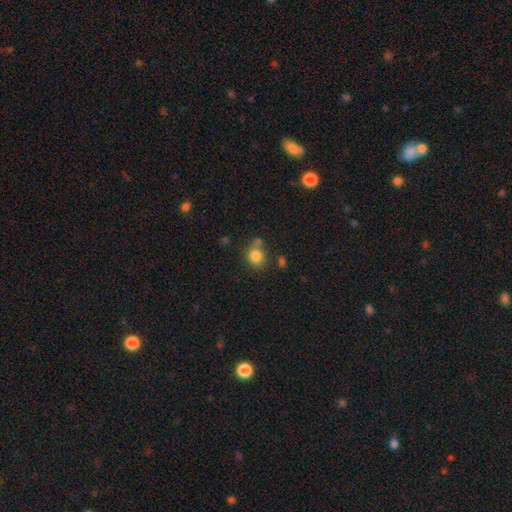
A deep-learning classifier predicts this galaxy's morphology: Q: Smooth or featured?
A: smooth (83%); runner-up: star or artifact (11%)
Q: How rounded?
A: round (78%); runner-up: in between (21%)
Q: Merging?
A: none (60%); runner-up: merger (18%)